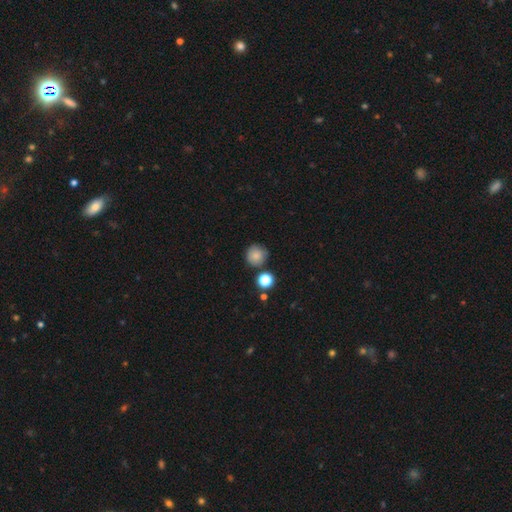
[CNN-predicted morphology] This appears to be a smooth galaxy with no disk features (82%) that is round (93%). Merging: none (78%).